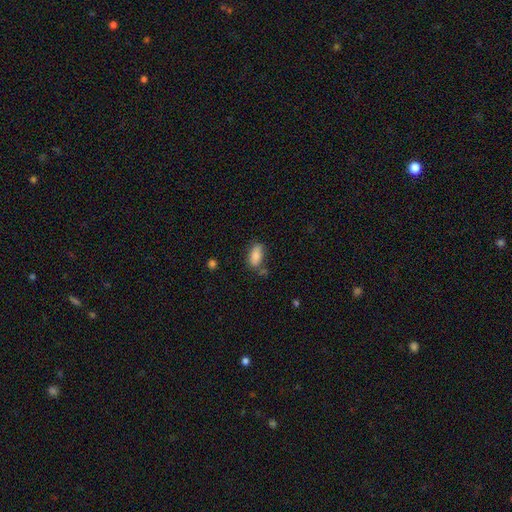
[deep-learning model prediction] Smooth or featured? smooth (84%)
How rounded? in between (89%)
Merging? none (66%)